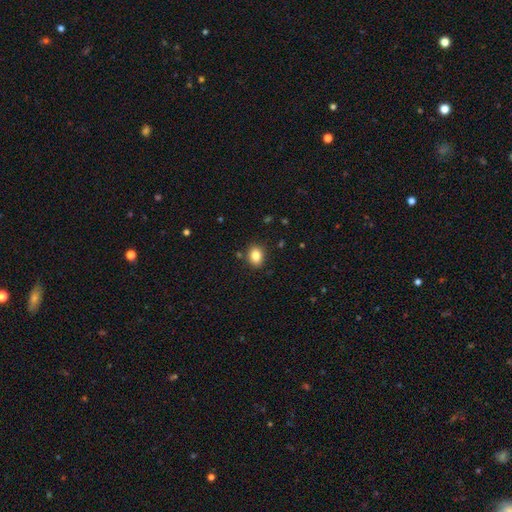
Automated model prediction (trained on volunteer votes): This appears to be a smooth galaxy with no disk features (84%) that is in between round and cigar-shaped (60%). Merging: none (85%).